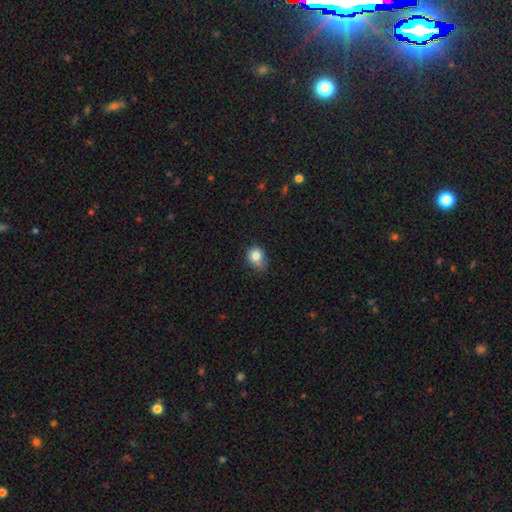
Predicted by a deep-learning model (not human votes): This appears to be a smooth galaxy with no disk features (81%) that is round (64%). Merging: none (42%).